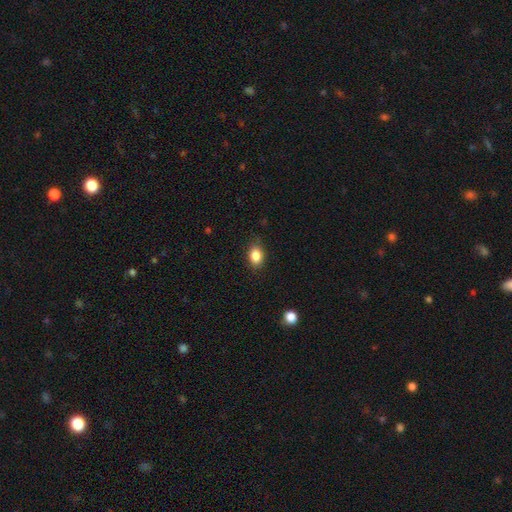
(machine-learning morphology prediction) A smooth galaxy with no disk features (86%) that is in between round and cigar-shaped (72%).

Vote fractions:
- Smooth or featured? smooth: 86% / star or artifact: 9% / featured or disk: 5%
- How rounded? in between: 72% / round: 26% / cigar-shaped: 1%
- Merging? none: 82% / minor disturbance: 14% / major disturbance: 3% / merger: 1%